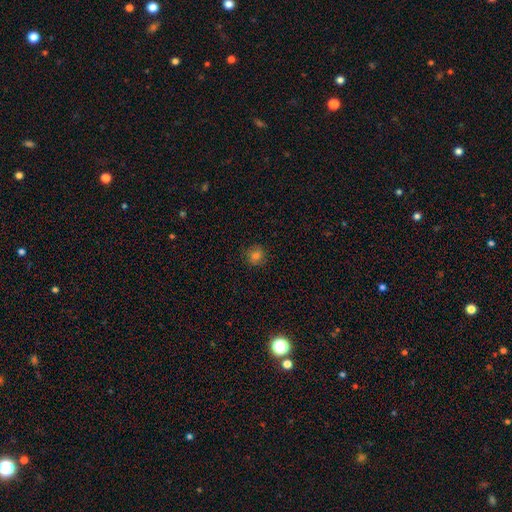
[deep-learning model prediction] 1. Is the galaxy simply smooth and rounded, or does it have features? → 74% smooth, 18% star or artifact, 7% featured or disk.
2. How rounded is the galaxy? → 87% round, 12% in between, 1% cigar-shaped.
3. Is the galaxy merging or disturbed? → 87% none, 10% minor disturbance, 3% major disturbance, 1% merger.